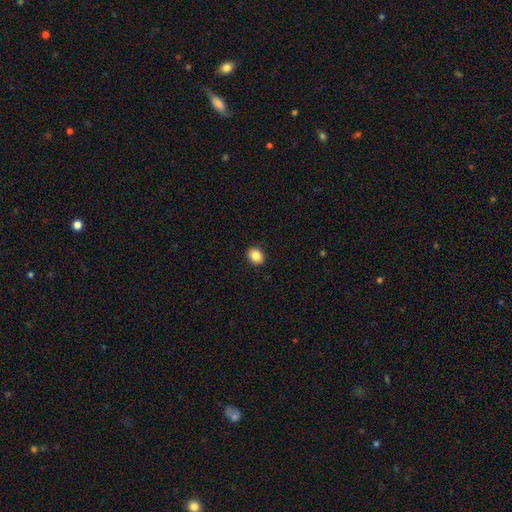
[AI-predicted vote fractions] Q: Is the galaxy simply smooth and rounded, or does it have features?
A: smooth — 86%.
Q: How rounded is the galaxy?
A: in between — 59%.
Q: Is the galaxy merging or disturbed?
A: none — 91%.